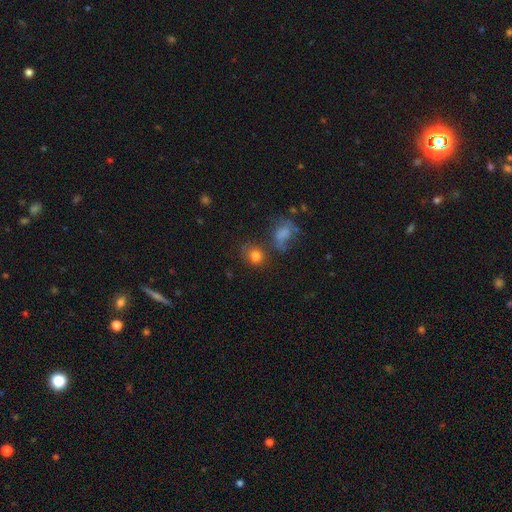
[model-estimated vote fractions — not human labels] This is likely a smooth galaxy (77%). How rounded: likely round (68%). Merging: possibly none (54%).